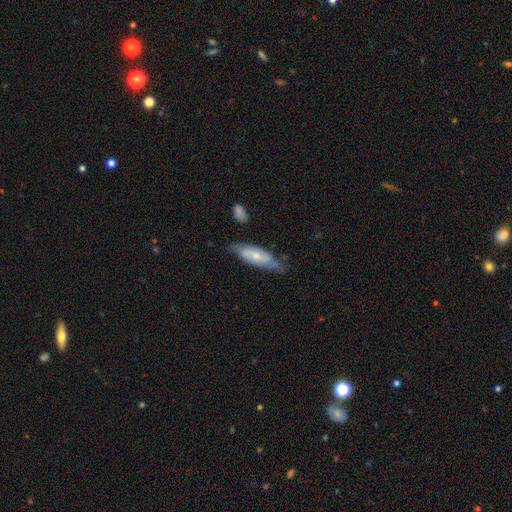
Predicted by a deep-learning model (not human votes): Morphology: type=featured or disk (51%); edge-on=no (72%); merging=none (63%).